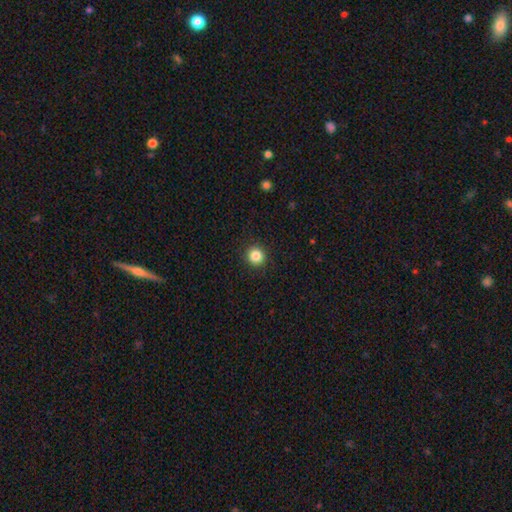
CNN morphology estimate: Overall: smooth (85%). How rounded: round (93%). Merging: none (92%).